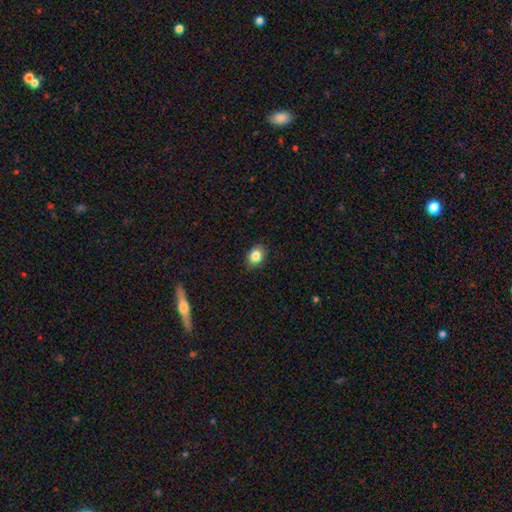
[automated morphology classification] Smooth or featured? smooth (84%)
How rounded? in between (54%)
Merging? none (87%)